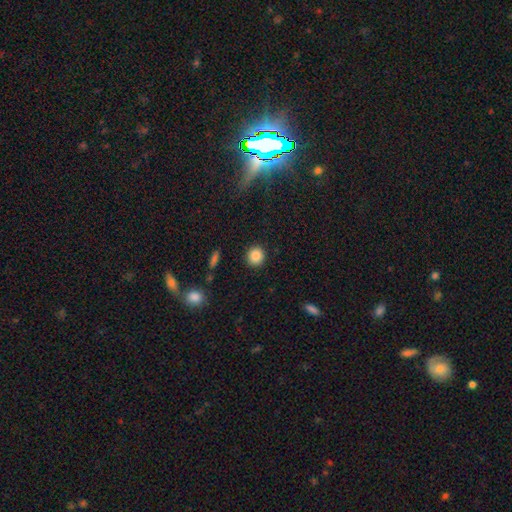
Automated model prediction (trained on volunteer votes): Q: Smooth or featured?
A: smooth (86%); runner-up: star or artifact (10%)
Q: How rounded?
A: round (89%); runner-up: in between (10%)
Q: Merging?
A: none (91%); runner-up: minor disturbance (6%)